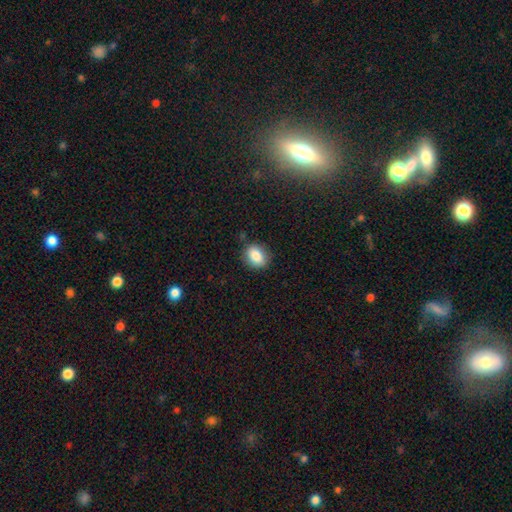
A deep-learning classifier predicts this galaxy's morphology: Smooth or featured? smooth (84%)
How rounded? in between (60%)
Merging? none (83%)